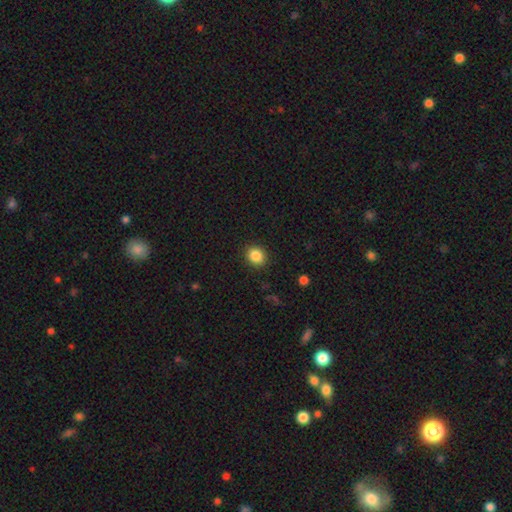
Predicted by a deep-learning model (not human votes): Smooth or featured: smooth — 86% (star or artifact — 10%)
How rounded: round — 74% (in between — 25%)
Merging: none — 90% (minor disturbance — 7%)